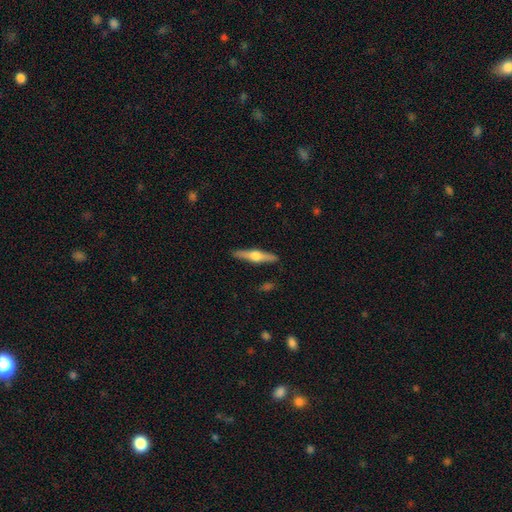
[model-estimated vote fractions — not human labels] Overall: featured or disk (63%; smooth 32%). Edge-on disk: yes (97%). Edge-on bulge: rounded (94%). Merging: none (90%).